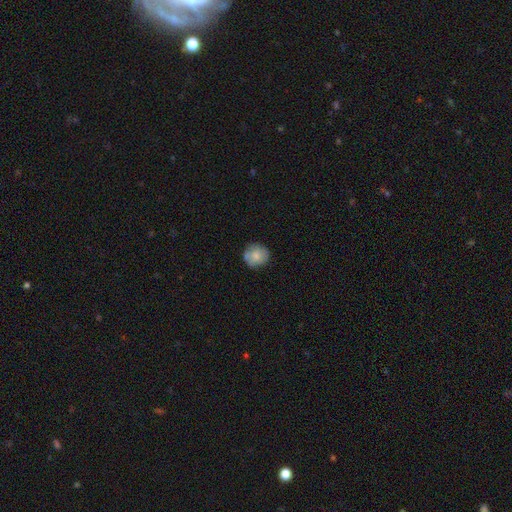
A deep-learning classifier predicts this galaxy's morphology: A smooth galaxy with no disk features (71%) that is round (86%). Merging: none (72%).